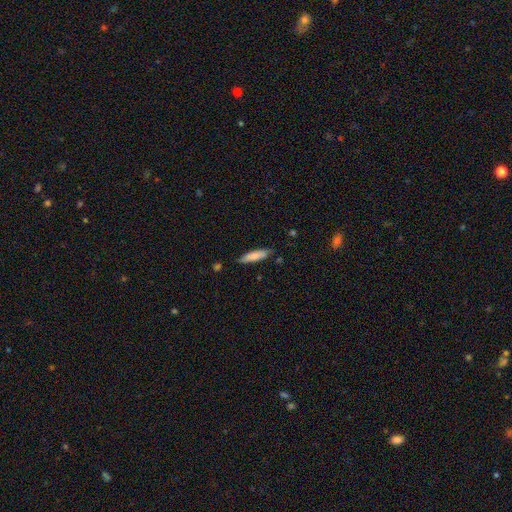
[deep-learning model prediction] smooth 78%, featured or disk 16%, star or artifact 6%. Down the decision tree: how rounded — cigar-shaped (70%); merging — none (81%).